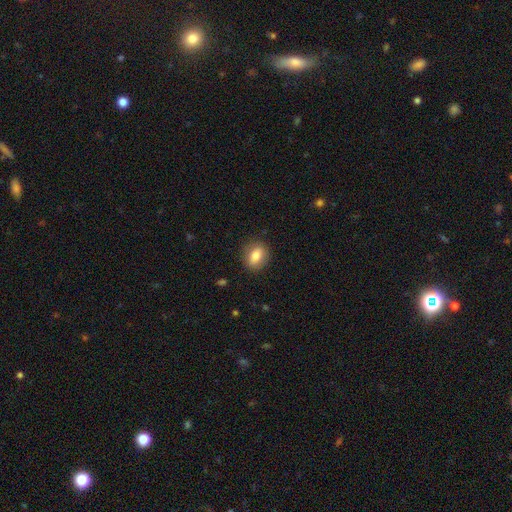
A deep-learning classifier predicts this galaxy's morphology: smooth_or_featured: smooth (p=0.80) [alt: featured or disk p=0.12]
how_rounded: in between (p=0.64) [alt: round p=0.34]
merging: none (p=0.86) [alt: minor disturbance p=0.10]